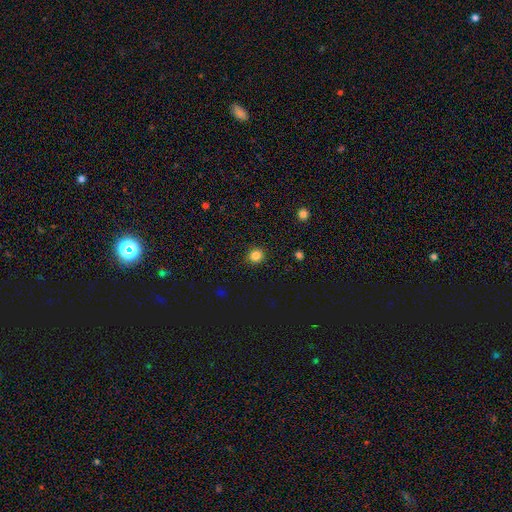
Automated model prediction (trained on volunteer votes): This is clearly a smooth galaxy (83%). How rounded: clearly round (91%). Merging: clearly none (91%).